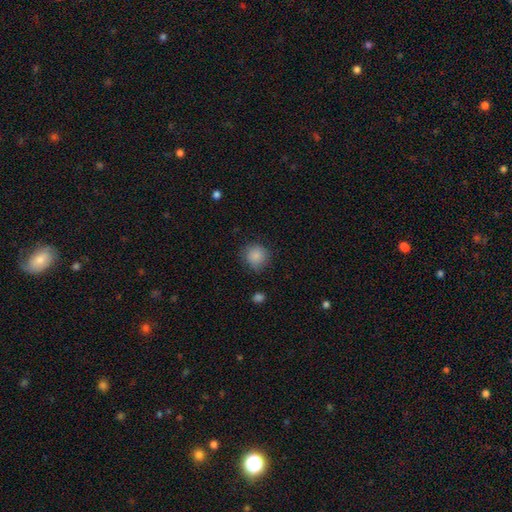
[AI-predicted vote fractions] This appears to be a smooth galaxy with no disk features (87%) that is round (90%). Merging: none (79%).